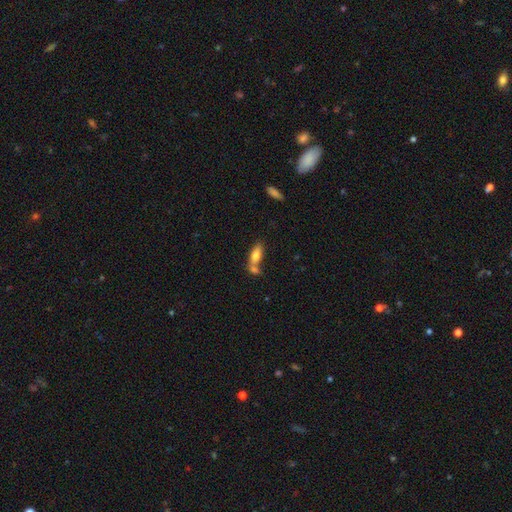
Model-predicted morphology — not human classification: A smooth galaxy with no disk features (73%) that is in between round and cigar-shaped (74%). Merging: merger (49%).